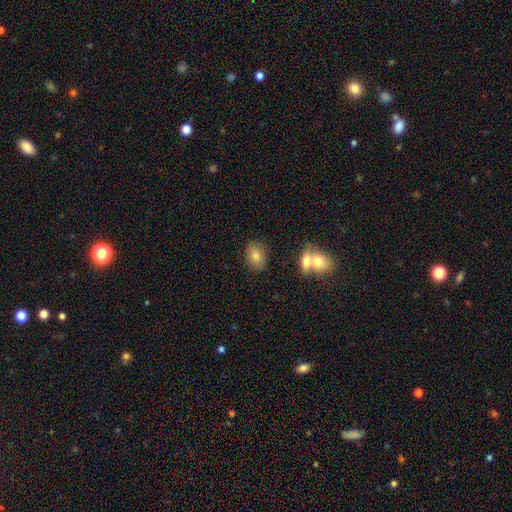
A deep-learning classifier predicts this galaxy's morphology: Q: Smooth or featured?
A: smooth (78%); runner-up: featured or disk (12%)
Q: How rounded?
A: in between (72%); runner-up: round (26%)
Q: Merging?
A: none (79%); runner-up: minor disturbance (10%)